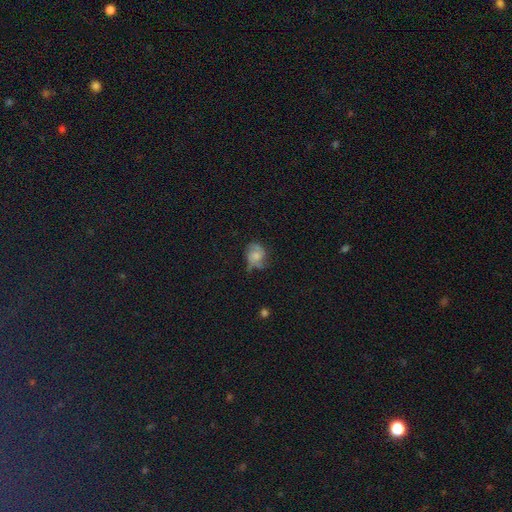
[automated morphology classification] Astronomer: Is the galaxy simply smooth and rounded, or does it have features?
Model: featured or disk — 51% (runner-up: smooth, 38%).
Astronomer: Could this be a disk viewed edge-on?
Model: no — 97%.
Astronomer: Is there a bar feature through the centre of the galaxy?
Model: no — 71%.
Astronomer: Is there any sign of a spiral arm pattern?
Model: yes — 85%.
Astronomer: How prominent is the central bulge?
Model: moderate — 40% (runner-up: small, 38%).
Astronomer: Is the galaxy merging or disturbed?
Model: none — 53% (runner-up: minor disturbance, 29%).